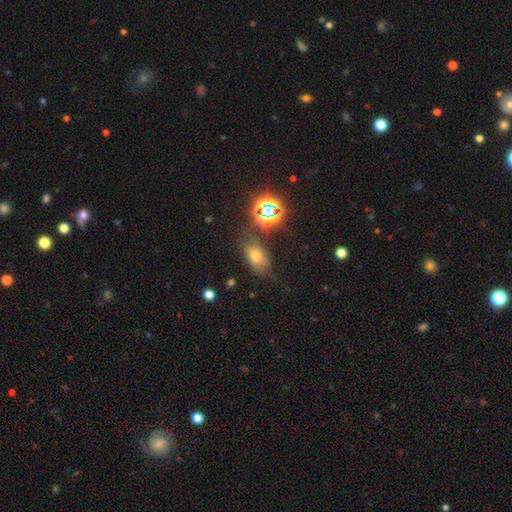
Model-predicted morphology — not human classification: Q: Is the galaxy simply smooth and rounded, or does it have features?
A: smooth — 62%.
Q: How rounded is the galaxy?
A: in between — 83%.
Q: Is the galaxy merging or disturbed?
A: none — 70%.